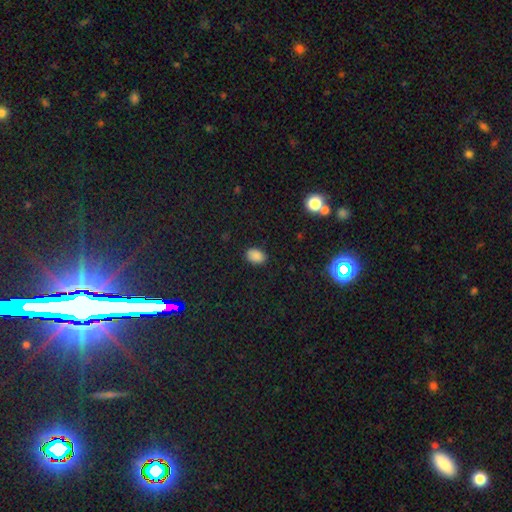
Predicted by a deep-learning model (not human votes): The model was most divided on "how rounded": in between: 84%, round: 15%, cigar-shaped: 1%. More confident: merging — none (87%); smooth or featured — smooth (86%).